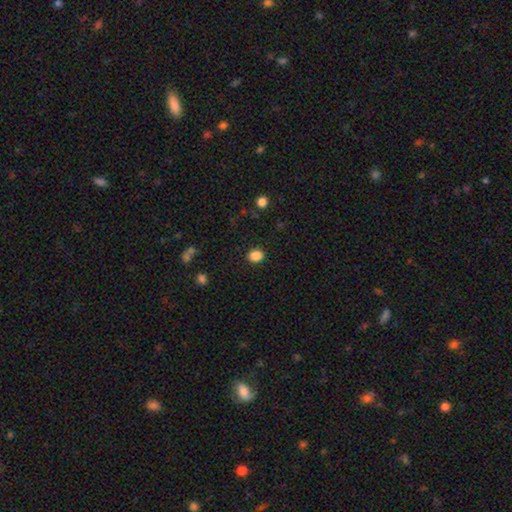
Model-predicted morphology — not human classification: A smooth galaxy with no disk features (87%) that is round (50%).

Vote fractions:
- Smooth or featured? smooth: 87% / star or artifact: 10% / featured or disk: 3%
- How rounded? round: 50% / in between: 49% / cigar-shaped: 1%
- Merging? none: 88% / minor disturbance: 8% / major disturbance: 3% / merger: 1%